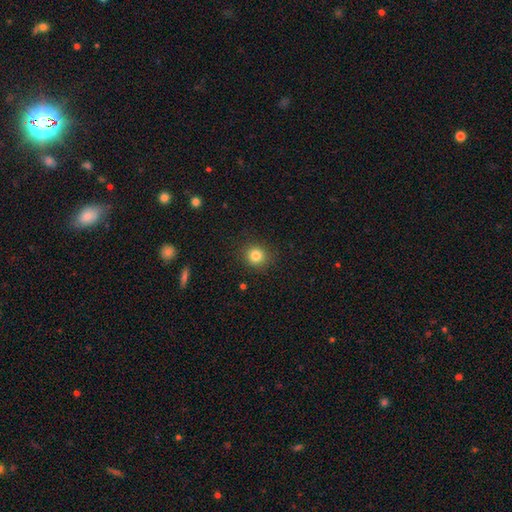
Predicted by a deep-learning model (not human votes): A smooth galaxy with no disk features (83%) that is round (90%). Merging: none (90%).